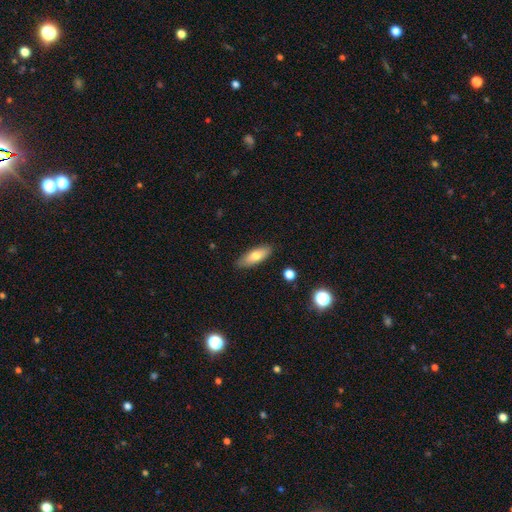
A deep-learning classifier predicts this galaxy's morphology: This appears to be a smooth galaxy with no disk features (72%) that is in between round and cigar-shaped (66%). Merging: none (86%).